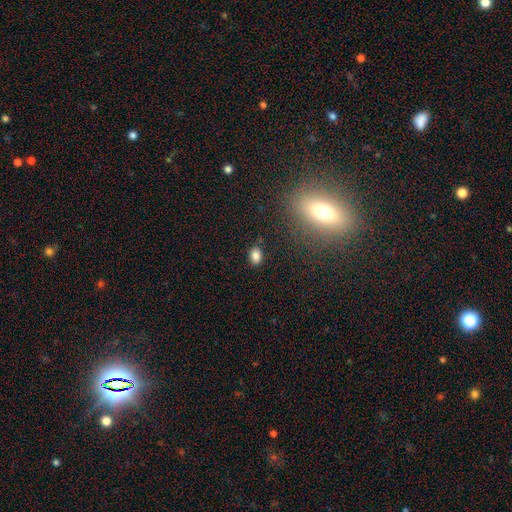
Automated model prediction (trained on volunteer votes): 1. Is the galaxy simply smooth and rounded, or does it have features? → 83% smooth, 12% star or artifact, 6% featured or disk.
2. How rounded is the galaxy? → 80% in between, 19% round, 2% cigar-shaped.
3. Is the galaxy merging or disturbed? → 84% none, 11% minor disturbance, 3% major disturbance, 2% merger.